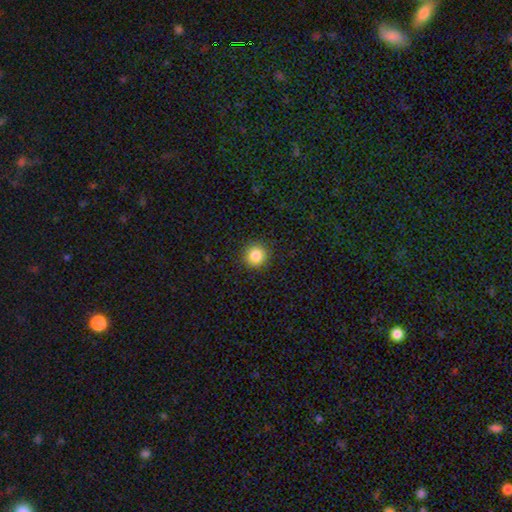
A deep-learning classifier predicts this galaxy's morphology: Smooth or featured?
  - smooth: 84% *
  - star or artifact: 11%
  - featured or disk: 5%
How rounded?
  - round: 94% *
  - in between: 5%
  - cigar-shaped: 1%
Merging?
  - none: 92% *
  - minor disturbance: 6%
  - major disturbance: 2%
  - merger: 1%